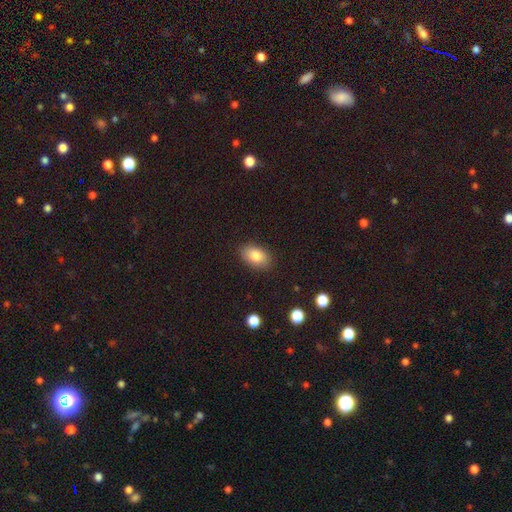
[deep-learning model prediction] Smooth or featured?
  - smooth: 82% *
  - featured or disk: 9%
  - star or artifact: 8%
How rounded?
  - in between: 88% *
  - round: 10%
  - cigar-shaped: 1%
Merging?
  - none: 87% *
  - minor disturbance: 10%
  - major disturbance: 2%
  - merger: 1%